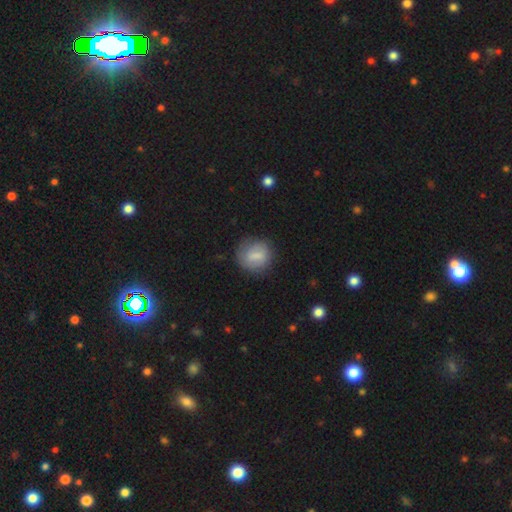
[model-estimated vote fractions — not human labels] A smooth galaxy with no disk features (74%) that is round (75%).

Vote fractions:
- Smooth or featured? smooth: 74% / featured or disk: 18% / star or artifact: 8%
- How rounded? round: 75% / in between: 23% / cigar-shaped: 2%
- Merging? none: 74% / minor disturbance: 18% / major disturbance: 6% / merger: 2%